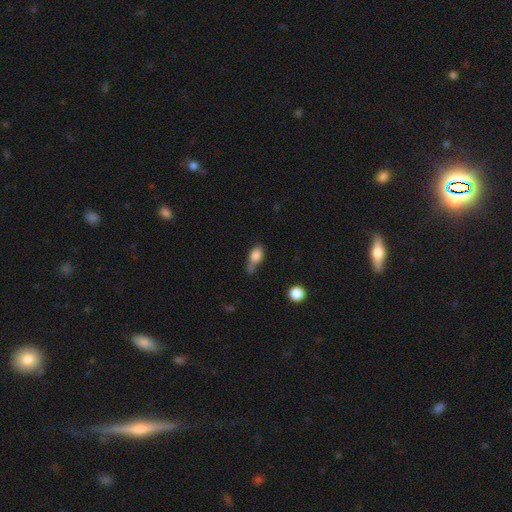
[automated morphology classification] Overall: smooth (80%). How rounded: in between (78%). Merging: none (34%; minor disturbance 32%).